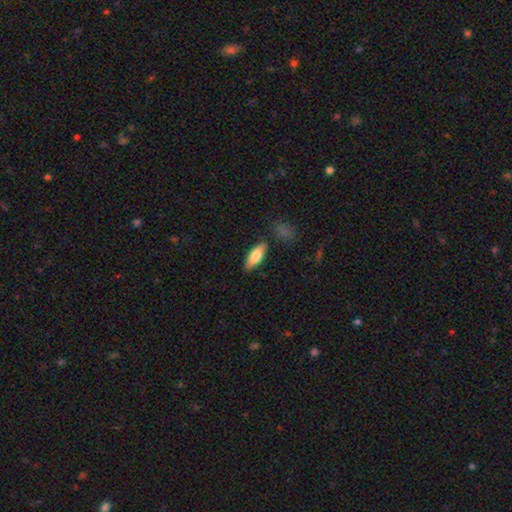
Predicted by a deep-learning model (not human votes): This is likely a smooth galaxy (78%). How rounded: likely in between (70%). Merging: clearly none (82%).